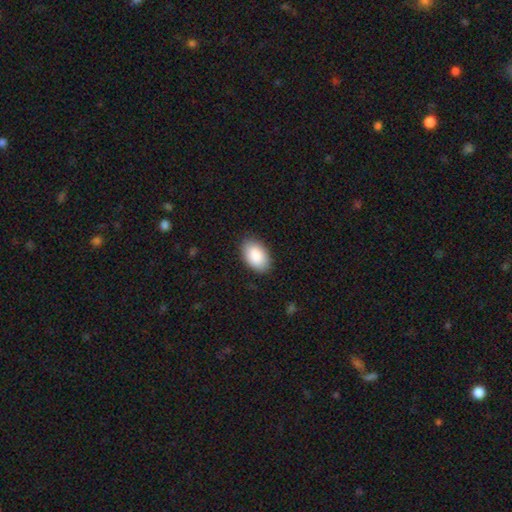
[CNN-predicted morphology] A smooth galaxy with no disk features (89%) that is in between round and cigar-shaped (94%).

Vote fractions:
- Smooth or featured? smooth: 89% / star or artifact: 6% / featured or disk: 5%
- How rounded? in between: 94% / round: 5% / cigar-shaped: 1%
- Merging? none: 87% / minor disturbance: 10% / major disturbance: 2% / merger: 1%